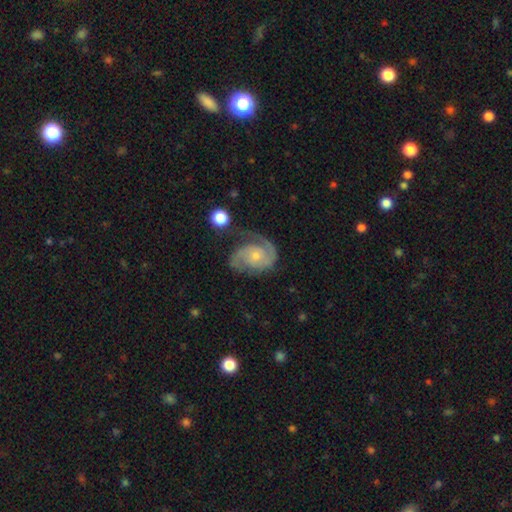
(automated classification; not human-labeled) smooth_or_featured: featured or disk (p=0.88) [alt: smooth p=0.07]
disk_edge_on: no (p=0.98) [alt: yes p=0.02]
bar: no (p=0.71) [alt: weak p=0.24]
has_spiral_arms: yes (p=0.97) [alt: no p=0.03]
spiral_winding: medium (p=0.48) [alt: tight p=0.39]
spiral_arm_count: 2 (p=0.83) [alt: 1 p=0.05]
bulge_size: small (p=0.60) [alt: moderate p=0.34]
merging: none (p=0.64) [alt: minor disturbance p=0.21]